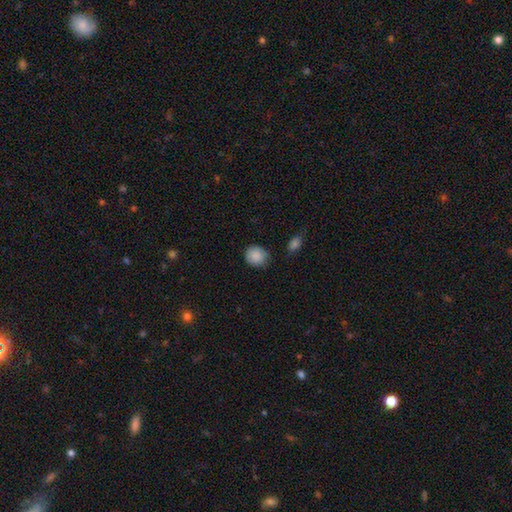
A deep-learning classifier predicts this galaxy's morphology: smooth 87%, star or artifact 8%, featured or disk 5%. Down the decision tree: how rounded — round (82%); merging — none (72%).